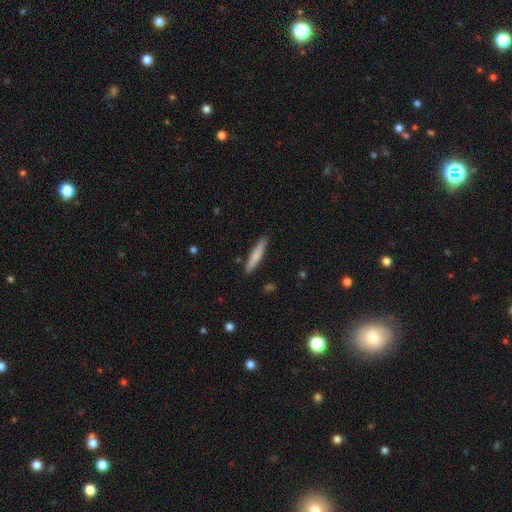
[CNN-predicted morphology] type=smooth (79%); roundness=cigar-shaped (91%); merging=none (88%).